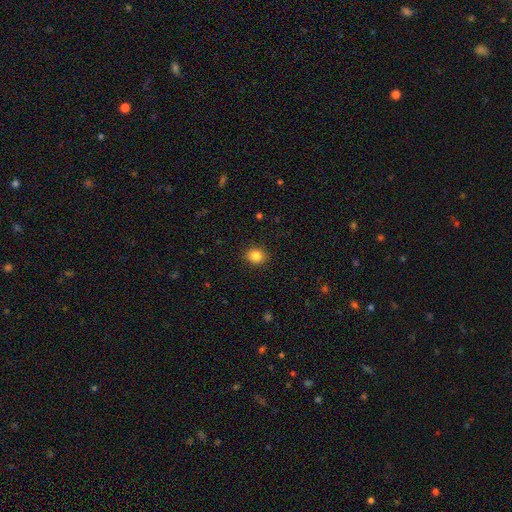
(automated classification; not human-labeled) Smooth or featured? Predicted: smooth (p=0.84). How rounded? Predicted: round (p=0.64). Merging? Predicted: none (p=0.91).